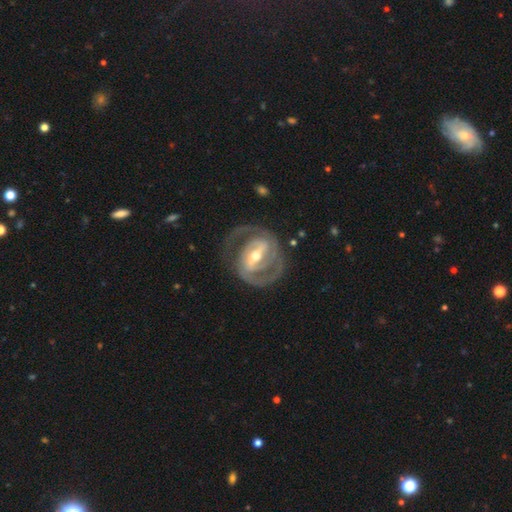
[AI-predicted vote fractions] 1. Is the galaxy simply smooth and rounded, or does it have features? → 90% featured or disk, 6% smooth, 4% star or artifact.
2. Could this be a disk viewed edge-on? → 97% no, 3% yes.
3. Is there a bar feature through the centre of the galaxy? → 60% strong, 30% weak, 10% no.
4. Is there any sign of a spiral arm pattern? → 95% yes, 5% no.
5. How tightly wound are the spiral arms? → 47% tight, 43% medium, 10% loose.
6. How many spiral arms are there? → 84% 2, 5% can't tell, 4% 3, 3% 1, 1% 4, 1% more than 4.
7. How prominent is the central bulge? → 58% moderate, 37% small, 3% large, 1% none, 1% dominant.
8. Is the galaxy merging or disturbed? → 72% none, 15% minor disturbance, 12% major disturbance, 2% merger.